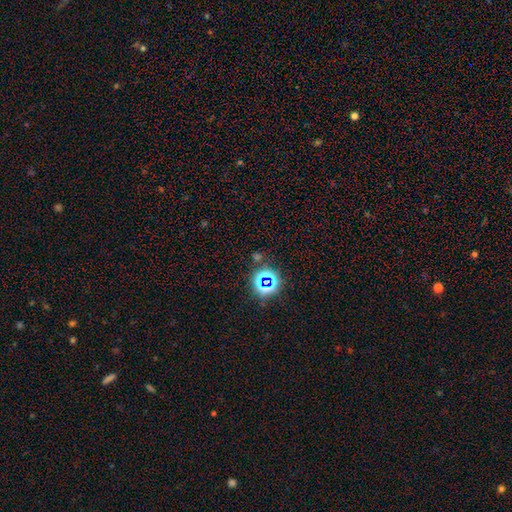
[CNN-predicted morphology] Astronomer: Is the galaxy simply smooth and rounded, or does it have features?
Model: star or artifact — 69%.